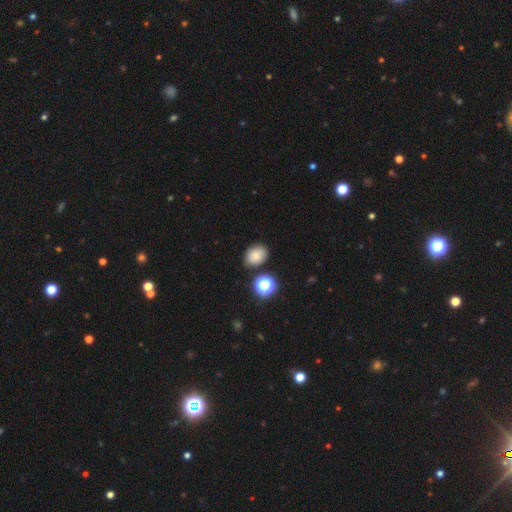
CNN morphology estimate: smooth-or-featured: smooth: 79% | star or artifact: 14% | featured or disk: 8%
  how-rounded: in between: 62% | round: 37% | cigar-shaped: 1%
  merging: none: 80% | minor disturbance: 12% | merger: 5% | major disturbance: 3%